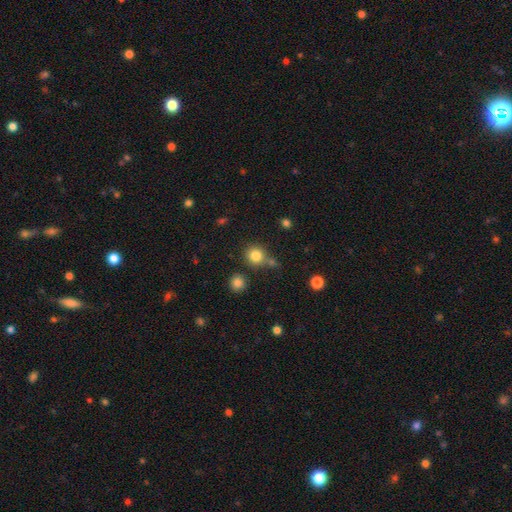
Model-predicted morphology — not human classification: A smooth galaxy with no disk features (82%) that is round (89%). Merging: none (70%).